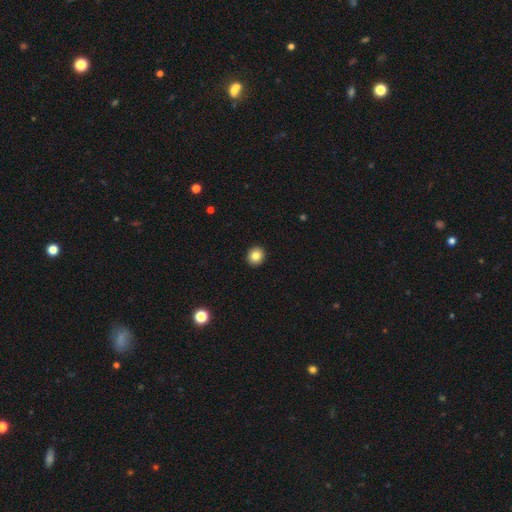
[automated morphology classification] smooth-or-featured: smooth: 83% | star or artifact: 10% | featured or disk: 7%
  how-rounded: round: 87% | in between: 12% | cigar-shaped: 1%
  merging: none: 93% | minor disturbance: 4% | major disturbance: 1% | merger: 1%